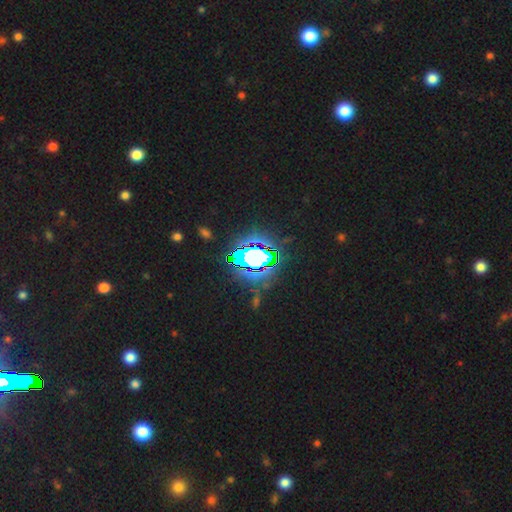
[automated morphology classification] A star or artifact, not a galaxy (69%).

Vote fractions:
- Smooth or featured? star or artifact: 69% / smooth: 17% / featured or disk: 14%